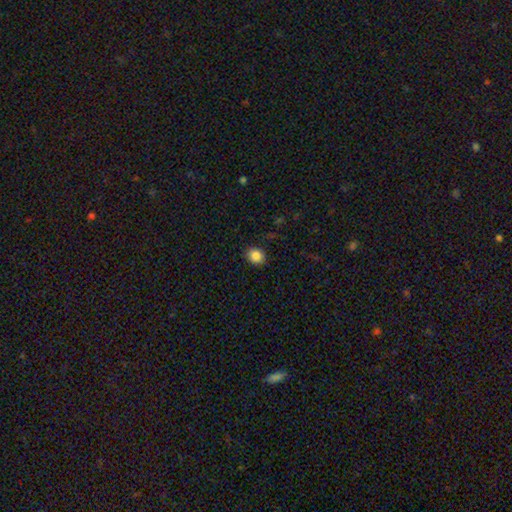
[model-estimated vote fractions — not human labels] Morphology: type=smooth (86%); roundness=round (65%); merging=none (88%).